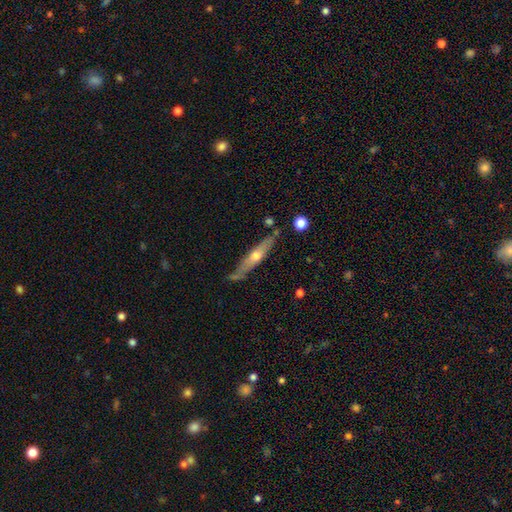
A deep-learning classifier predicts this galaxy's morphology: This appears to be a featured or disk galaxy (64%) viewed edge-on (89%) with a rounded central bulge (84%). Merging: none (78%).